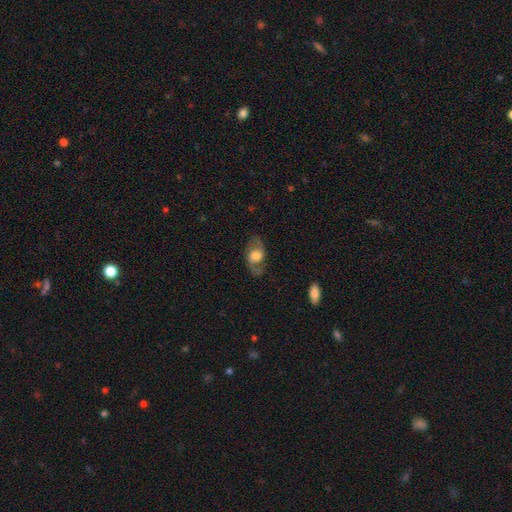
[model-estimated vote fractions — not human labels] The model was most divided on "bulge size": moderate: 44%, large: 40%, small: 9%, dominant: 5%, none: 2%. More confident: edge-on disk — no (92%); spiral arms — yes (81%); merging — none (71%); bar — no (64%); smooth or featured — featured or disk (62%).